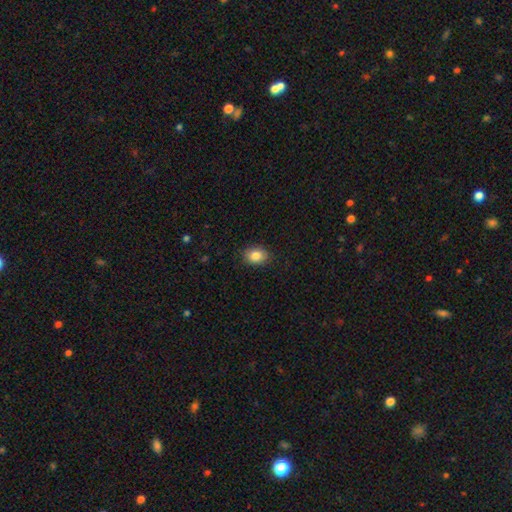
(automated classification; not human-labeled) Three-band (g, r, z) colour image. It shows a smooth galaxy with no disk features (85%) that is in between round and cigar-shaped (67%). Merging: none (85%).